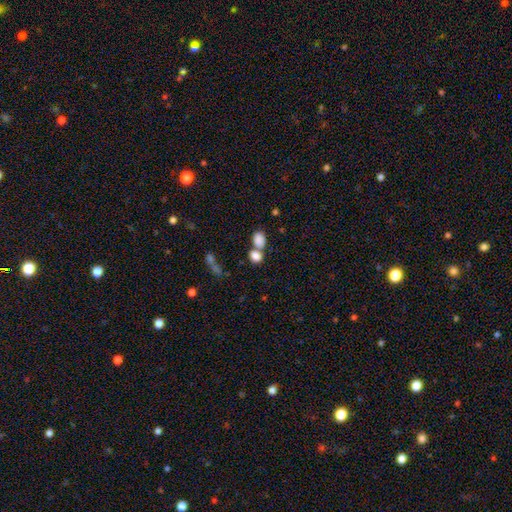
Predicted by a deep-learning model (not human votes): Smooth or featured?
  - smooth: 83% *
  - star or artifact: 9%
  - featured or disk: 7%
How rounded?
  - in between: 60% *
  - round: 38%
  - cigar-shaped: 2%
Merging?
  - merger: 49% *
  - none: 38%
  - minor disturbance: 8%
  - major disturbance: 5%